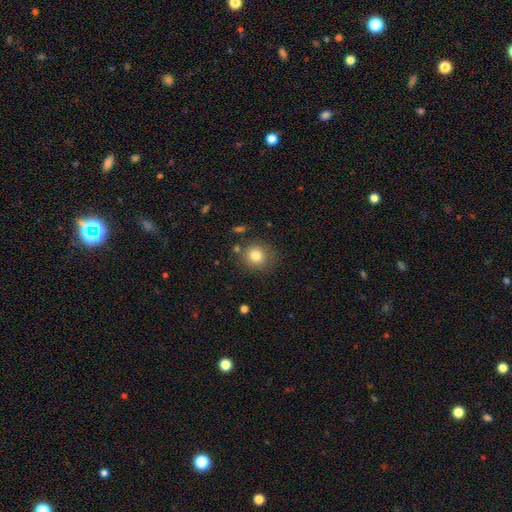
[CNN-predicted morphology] type=smooth (81%); roundness=round (83%); merging=none (80%).